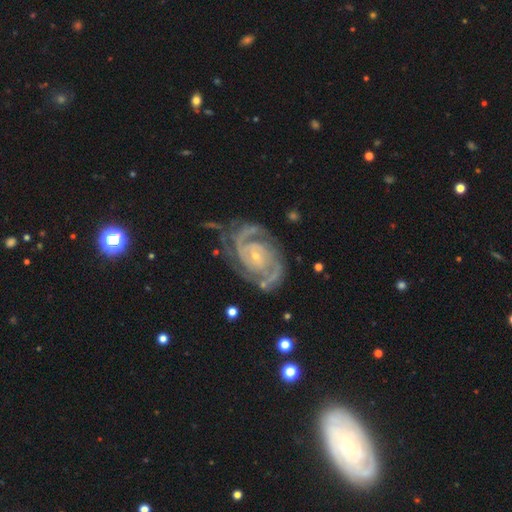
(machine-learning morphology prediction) featured or disk 92%, star or artifact 4%, smooth 3%. Down the decision tree: edge-on disk — no (98%); bar — no (60%); spiral arms — yes (98%); spiral arm count — 2 (60%); spiral winding — tight (65%); bulge size — small (79%); merging — none (66%).